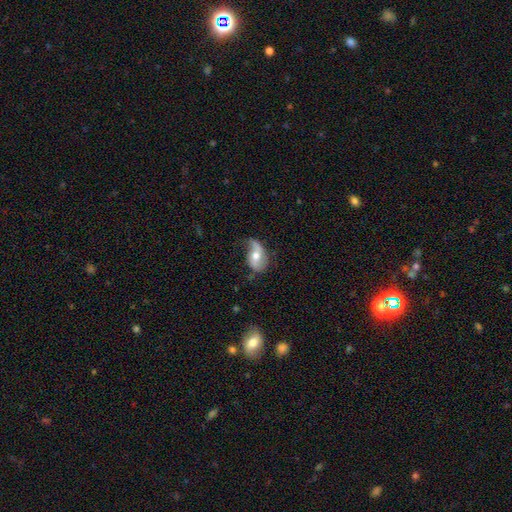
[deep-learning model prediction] This is possibly a featured or disk galaxy (55%). It is clearly not viewed edge-on (94%). Bar: possibly no (52%). Spiral arm pattern: likely yes (76%). Central bulge: likely moderate (72%). Merging: marginally none (44%).